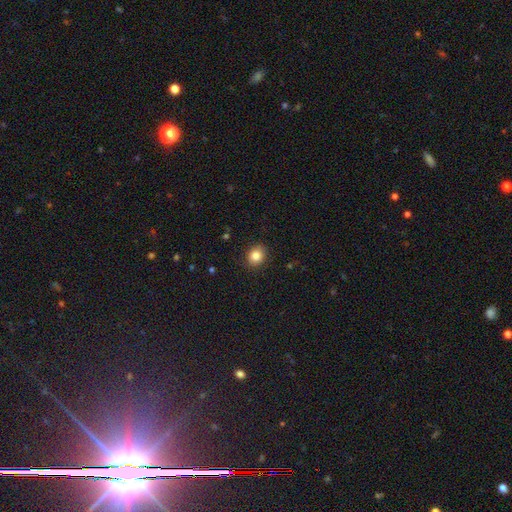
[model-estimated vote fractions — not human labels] A smooth galaxy with no disk features (85%) that is round (64%). Merging: none (88%).